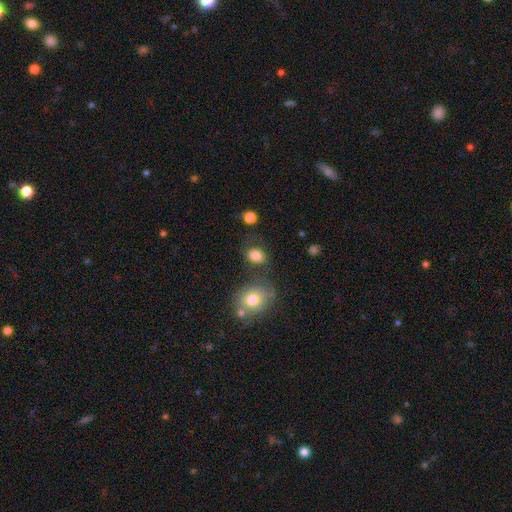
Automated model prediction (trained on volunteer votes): Smooth or featured? smooth (82%)
How rounded? in between (57%)
Merging? none (70%)